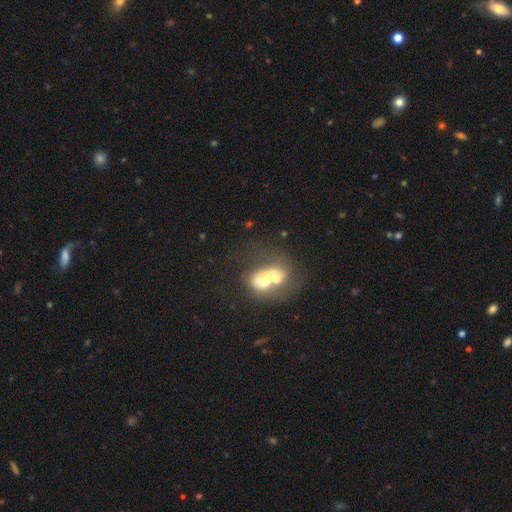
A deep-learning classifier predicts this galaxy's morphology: Smooth or featured?
  - smooth: 42% * (tied)
  - featured or disk: 42% * (tied)
  - star or artifact: 16%
Merging?
  - merger: 50% *
  - none: 28%
  - minor disturbance: 11%
  - major disturbance: 11%